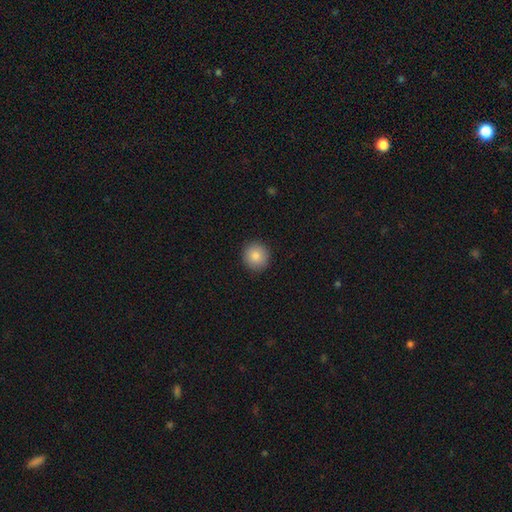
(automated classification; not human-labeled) Overall: smooth (85%). How rounded: round (94%). Merging: none (92%).